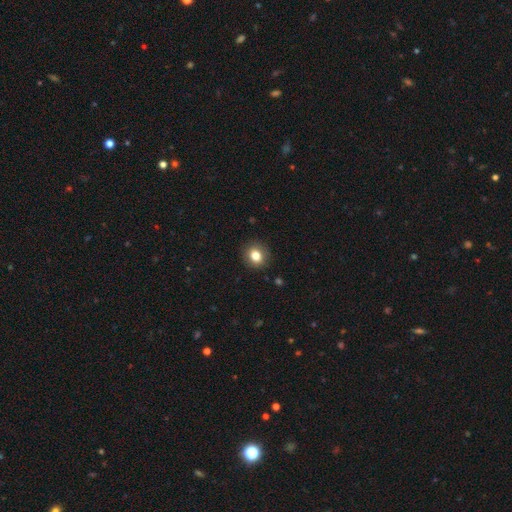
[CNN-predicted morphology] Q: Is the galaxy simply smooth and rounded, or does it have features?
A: smooth — 81%.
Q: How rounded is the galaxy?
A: round — 76%.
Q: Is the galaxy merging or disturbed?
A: none — 89%.